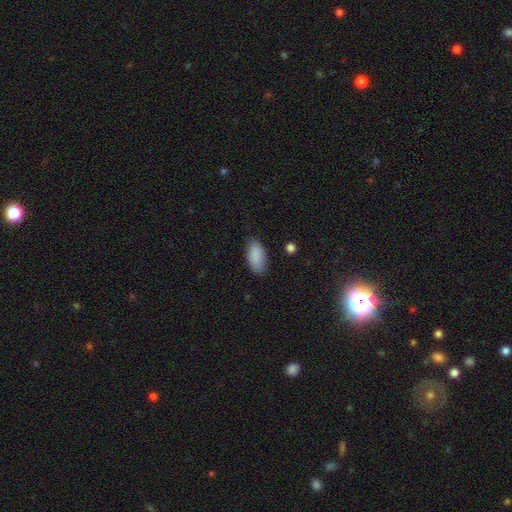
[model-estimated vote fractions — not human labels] Q: Smooth or featured?
A: smooth (89%); runner-up: star or artifact (6%)
Q: How rounded?
A: in between (91%); runner-up: cigar-shaped (6%)
Q: Merging?
A: none (82%); runner-up: minor disturbance (14%)